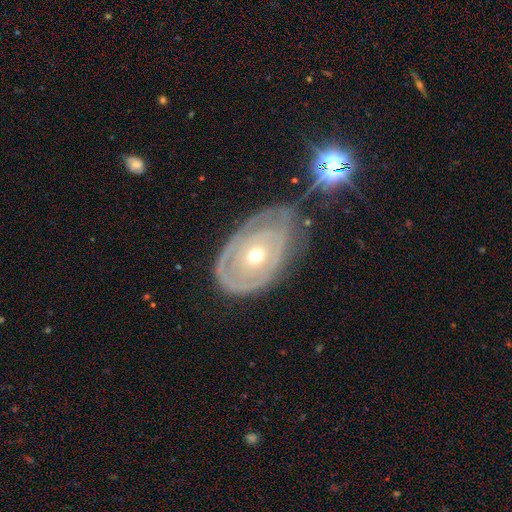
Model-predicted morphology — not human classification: This appears to be a featured or disk galaxy (77%) with no bar (83%), spiral arms (67%) and a moderate central bulge (53%). Merging: none (53%).